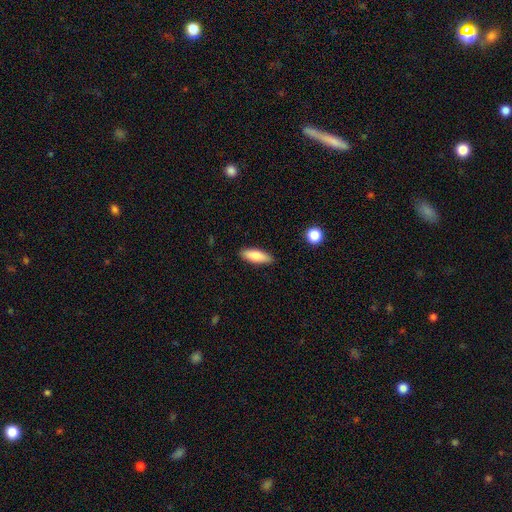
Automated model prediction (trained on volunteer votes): This appears to be a smooth galaxy with no disk features (81%) that is in between round and cigar-shaped (63%). Merging: none (87%).